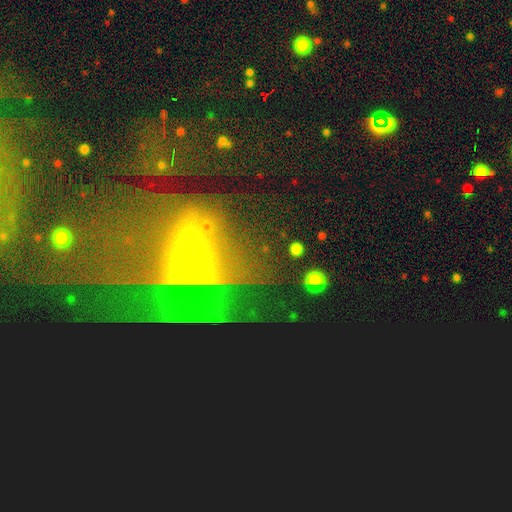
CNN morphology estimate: smooth-or-featured: featured or disk: 43% | star or artifact: 41% | smooth: 16%
  merging: major disturbance: 43% | none: 26% | merger: 19% | minor disturbance: 12%